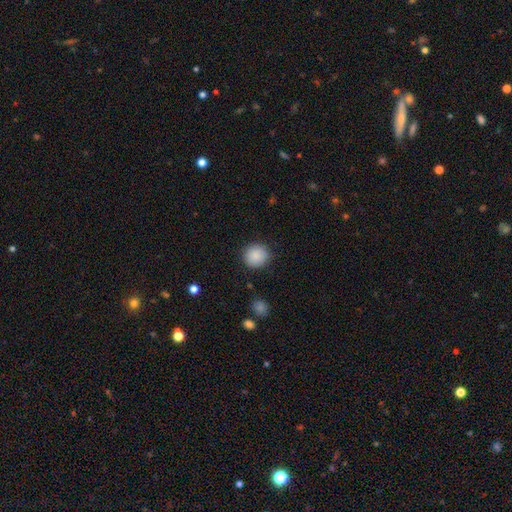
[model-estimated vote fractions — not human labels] A smooth galaxy with no disk features (88%) that is round (92%). Merging: none (90%).